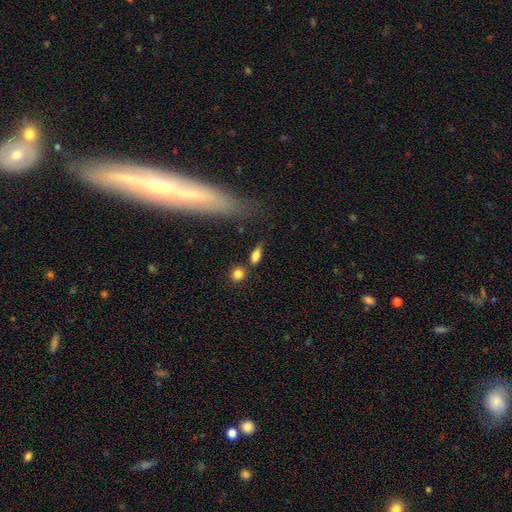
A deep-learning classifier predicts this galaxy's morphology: The model was most divided on "how rounded": in between: 70%, cigar-shaped: 22%, round: 9%. More confident: smooth or featured — smooth (79%); merging — none (67%).